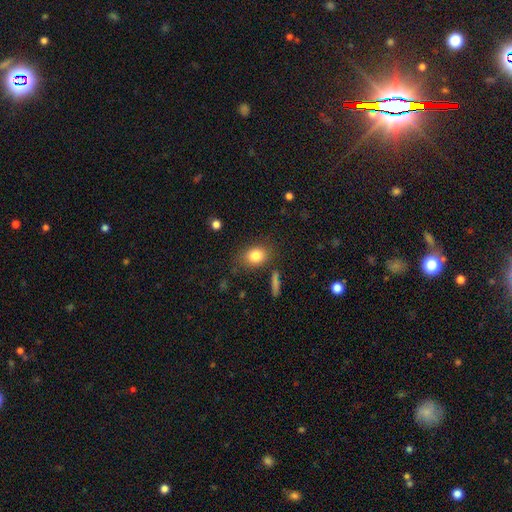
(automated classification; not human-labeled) Smooth or featured? smooth (82%)
How rounded? in between (64%)
Merging? none (80%)